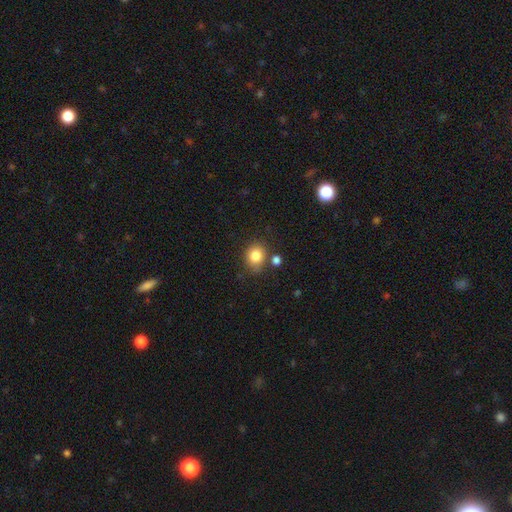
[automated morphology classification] A smooth galaxy with no disk features (83%) that is round (75%). Merging: none (73%).